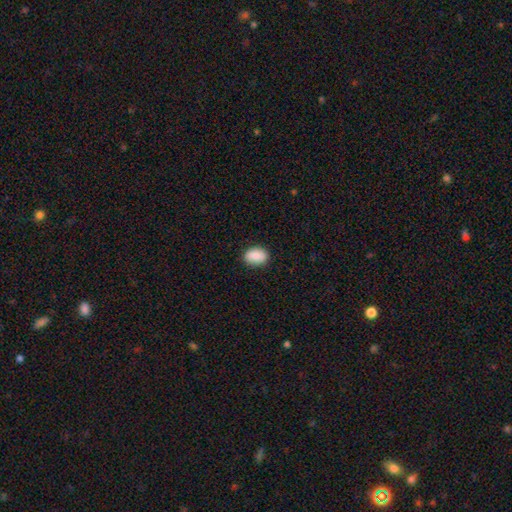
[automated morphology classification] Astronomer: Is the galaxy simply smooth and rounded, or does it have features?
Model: smooth — 87%.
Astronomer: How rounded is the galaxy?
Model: in between — 74%.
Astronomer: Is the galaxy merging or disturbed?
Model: none — 87%.